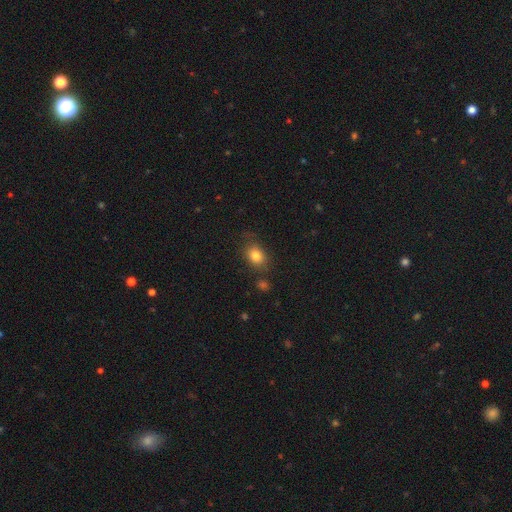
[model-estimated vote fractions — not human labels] smooth-or-featured: smooth: 82% | star or artifact: 10% | featured or disk: 8%
  how-rounded: in between: 63% | round: 36% | cigar-shaped: 1%
  merging: none: 73% | minor disturbance: 17% | major disturbance: 5% | merger: 4%